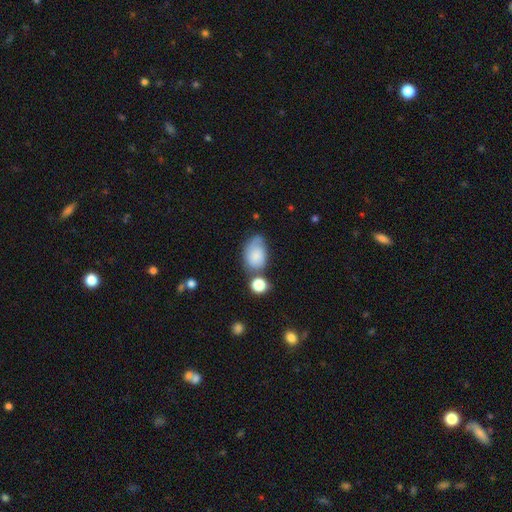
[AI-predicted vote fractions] Overall: smooth (77%). How rounded: in between (83%). Merging: none (42%; minor disturbance 29%).